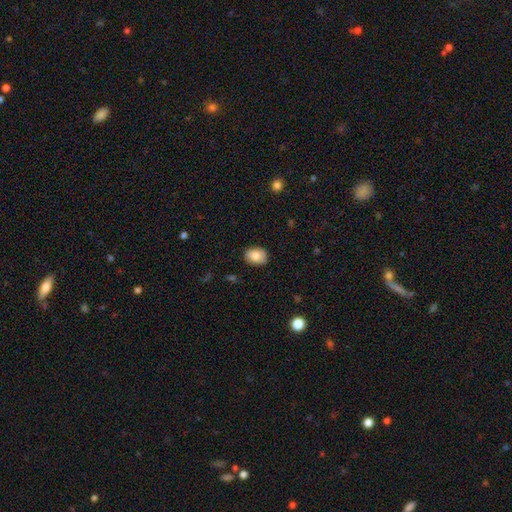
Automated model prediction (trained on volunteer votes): Smooth or featured: smooth — 83% (featured or disk — 9%)
How rounded: in between — 71% (round — 28%)
Merging: none — 84% (minor disturbance — 13%)